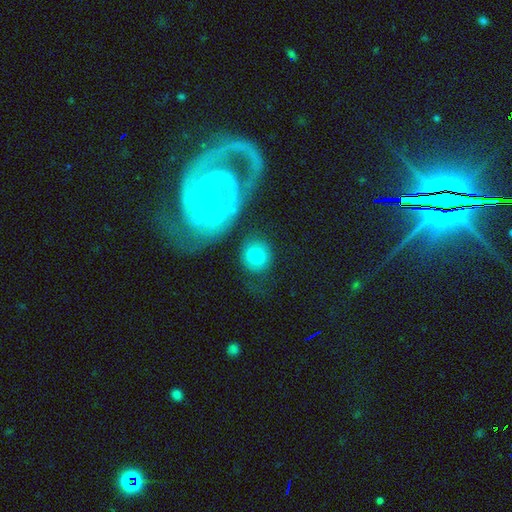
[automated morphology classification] Q: Smooth or featured?
A: smooth (72%); runner-up: featured or disk (21%)
Q: How rounded?
A: round (83%); runner-up: in between (16%)
Q: Merging?
A: none (70%); runner-up: minor disturbance (13%)